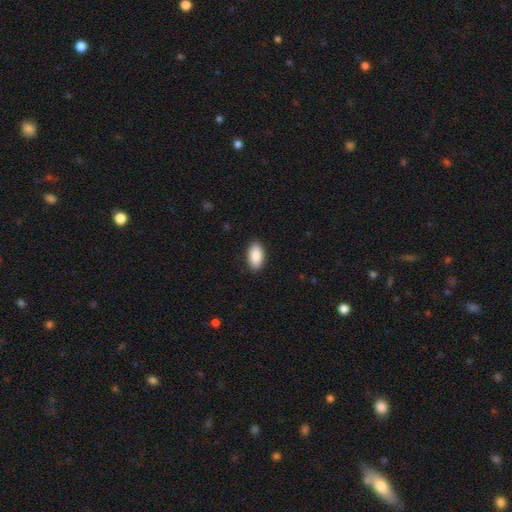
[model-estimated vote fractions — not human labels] A smooth galaxy with no disk features (89%) that is in between round and cigar-shaped (94%).

Vote fractions:
- Smooth or featured? smooth: 89% / star or artifact: 6% / featured or disk: 4%
- How rounded? in between: 94% / round: 3% / cigar-shaped: 3%
- Merging? none: 89% / minor disturbance: 8% / major disturbance: 2% / merger: 1%